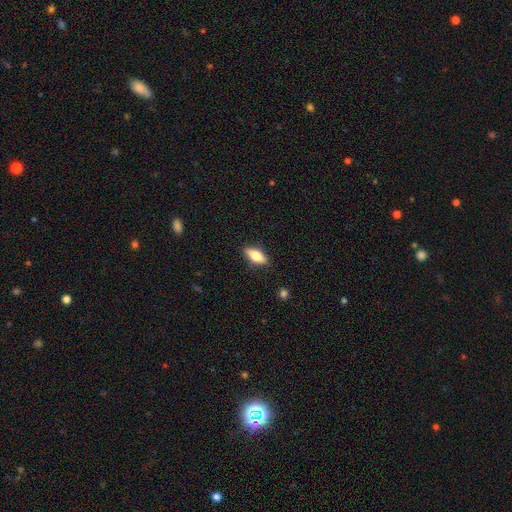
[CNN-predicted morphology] Smooth or featured? Predicted: smooth (p=0.69). How rounded? Predicted: in between (p=0.77). Merging? Predicted: none (p=0.87).